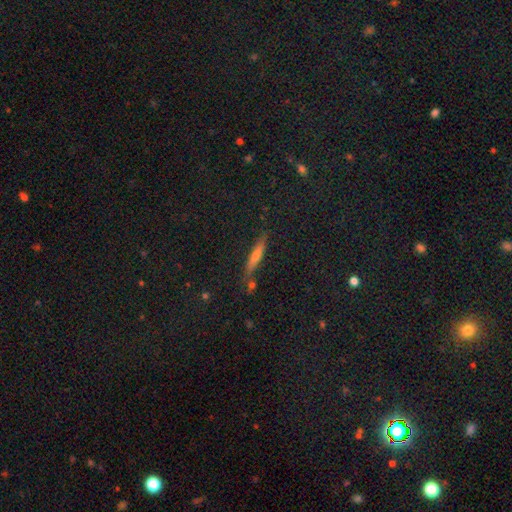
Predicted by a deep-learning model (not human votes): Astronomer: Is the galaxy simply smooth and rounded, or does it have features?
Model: smooth — 44% (runner-up: featured or disk, 43%).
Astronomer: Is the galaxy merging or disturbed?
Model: none — 81%.